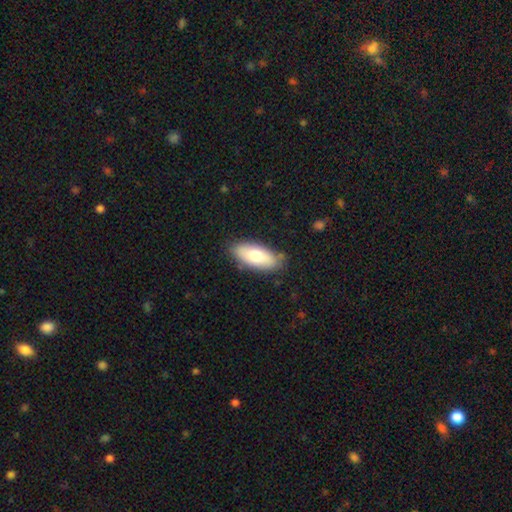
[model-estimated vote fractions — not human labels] smooth_or_featured: smooth (p=0.73) [alt: featured or disk p=0.21]
how_rounded: in between (p=0.83) [alt: cigar-shaped p=0.15]
merging: none (p=0.83) [alt: minor disturbance p=0.13]